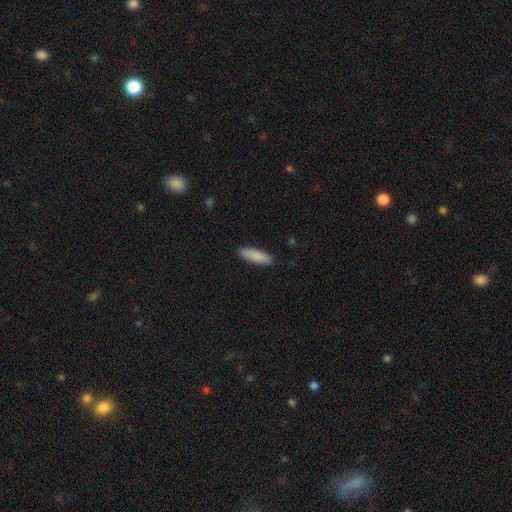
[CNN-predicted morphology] smooth 87%, featured or disk 8%, star or artifact 5%. Down the decision tree: how rounded — cigar-shaped (57%); merging — none (89%).